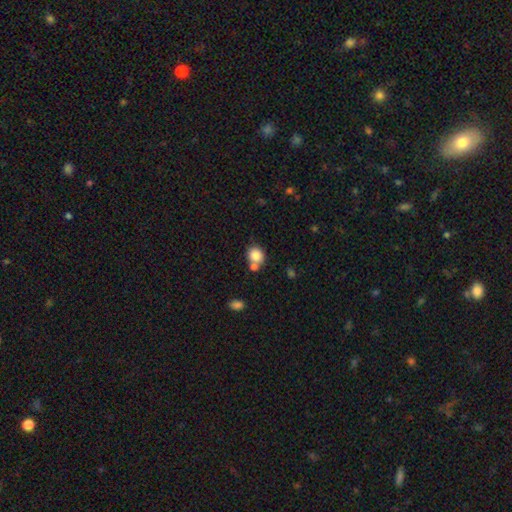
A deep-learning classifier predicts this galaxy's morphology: Overall: smooth (84%). How rounded: round (76%). Merging: none (53%; merger 32%).